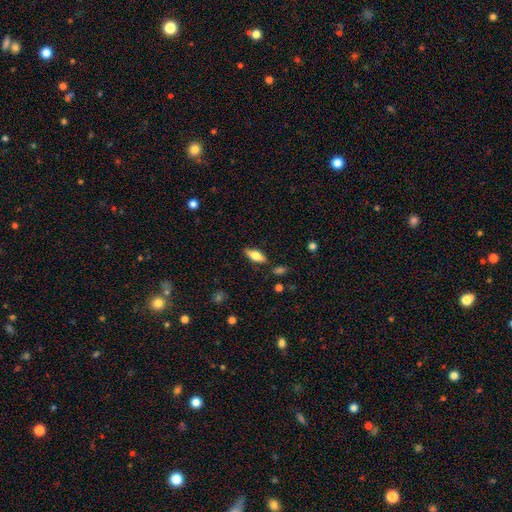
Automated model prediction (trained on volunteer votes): A smooth galaxy with no disk features (63%) that is in between round and cigar-shaped (73%).

Vote fractions:
- Smooth or featured? smooth: 63% / featured or disk: 30% / star or artifact: 7%
- How rounded? in between: 73% / cigar-shaped: 25% / round: 3%
- Merging? none: 82% / minor disturbance: 13% / major disturbance: 3% / merger: 2%